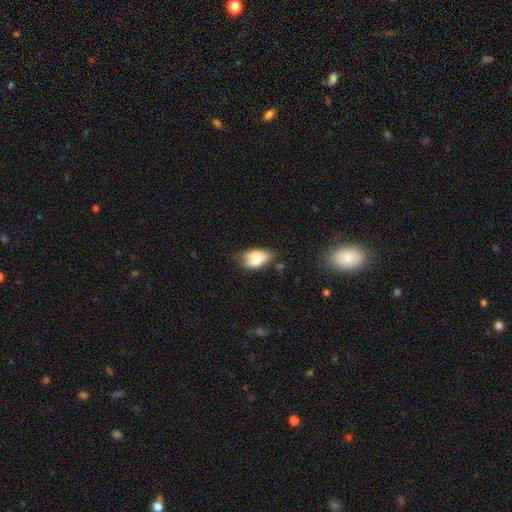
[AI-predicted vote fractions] smooth-or-featured: smooth: 63% | featured or disk: 28% | star or artifact: 9%
  how-rounded: in between: 88% | round: 8% | cigar-shaped: 4%
  merging: none: 37% | minor disturbance: 30% | merger: 18% | major disturbance: 15%